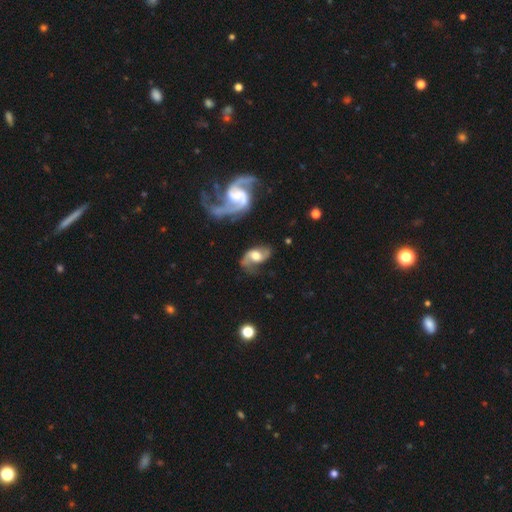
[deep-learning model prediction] Morphology: type=featured or disk (80%); edge-on=no (96%); bar=no (49%); spiral arms=yes (93%); winding=loose (49%); arm count=2 (89%); bulge=moderate (47%); merging=none (57%).